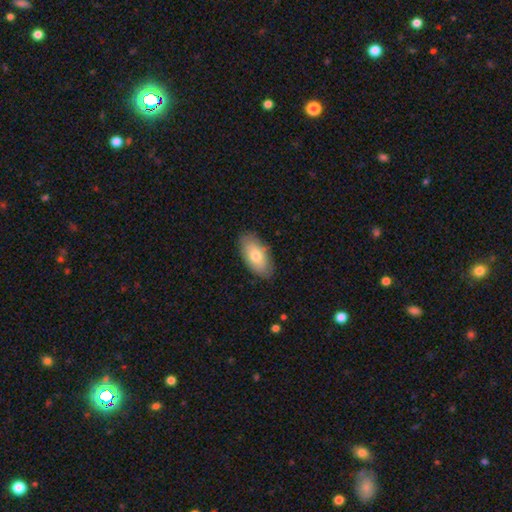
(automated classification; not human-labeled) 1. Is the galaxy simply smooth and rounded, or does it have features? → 73% smooth, 20% featured or disk, 6% star or artifact.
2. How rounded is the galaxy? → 92% in between, 4% cigar-shaped, 3% round.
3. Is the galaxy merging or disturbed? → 84% none, 12% minor disturbance, 2% major disturbance, 1% merger.